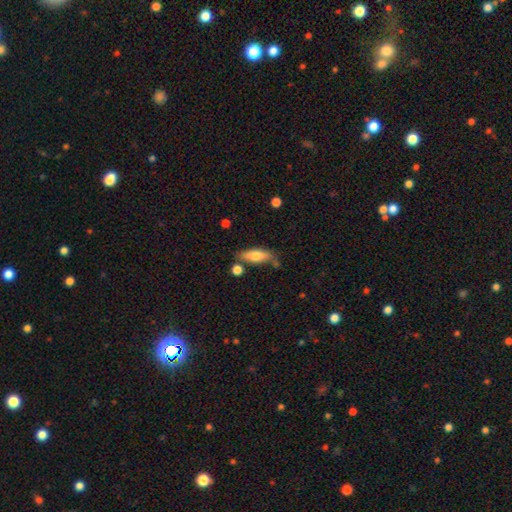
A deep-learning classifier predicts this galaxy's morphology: A smooth galaxy with no disk features (68%) that is in between round and cigar-shaped (53%).

Vote fractions:
- Smooth or featured? smooth: 68% / featured or disk: 26% / star or artifact: 7%
- How rounded? in between: 53% / cigar-shaped: 44% / round: 3%
- Merging? none: 68% / minor disturbance: 17% / merger: 10% / major disturbance: 4%